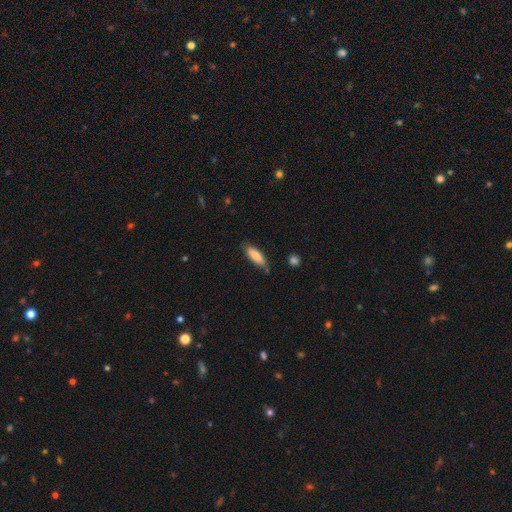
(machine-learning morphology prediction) Smooth or featured? smooth (79%)
How rounded? in between (57%)
Merging? none (73%)